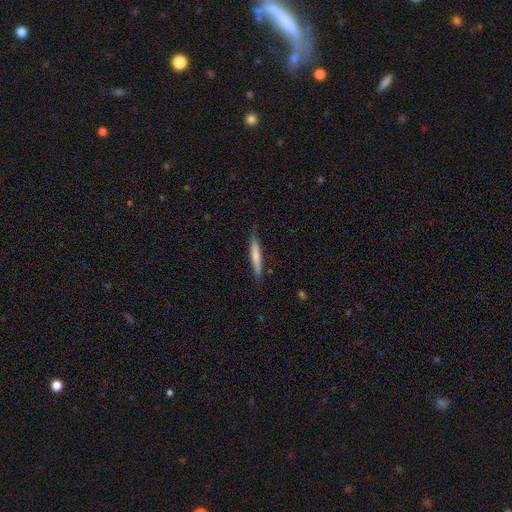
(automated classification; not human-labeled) smooth-or-featured: smooth: 61% | featured or disk: 33% | star or artifact: 6%
  how-rounded: cigar-shaped: 93% | in between: 6% | round: 1%
  merging: none: 80% | minor disturbance: 16% | major disturbance: 3% | merger: 1%